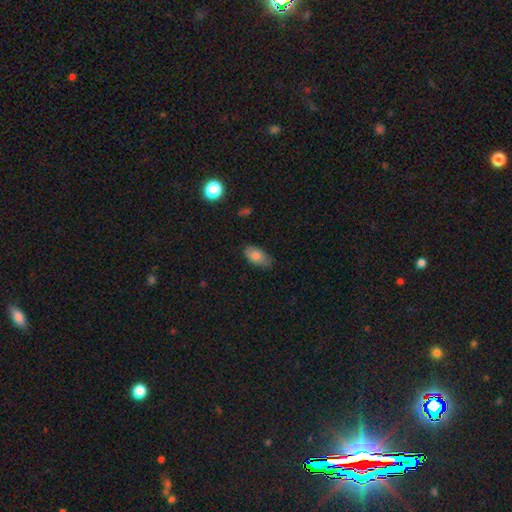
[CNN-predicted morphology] Smooth or featured? smooth (80%)
How rounded? in between (91%)
Merging? none (77%)